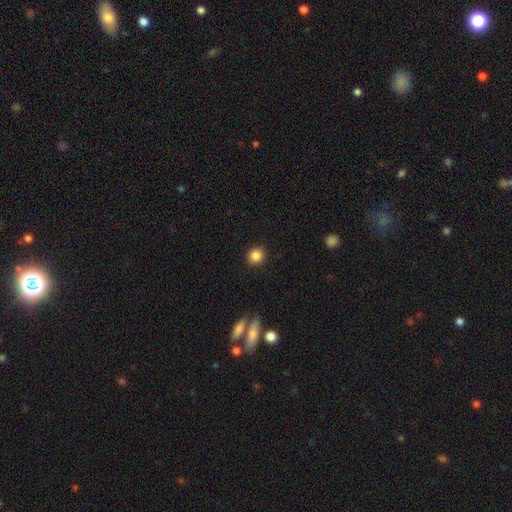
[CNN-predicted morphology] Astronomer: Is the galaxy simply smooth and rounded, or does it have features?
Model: smooth — 86%.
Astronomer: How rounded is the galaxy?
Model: round — 90%.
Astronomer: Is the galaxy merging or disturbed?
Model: none — 92%.